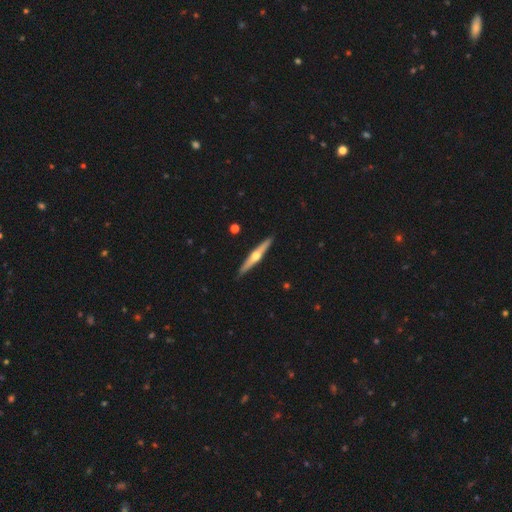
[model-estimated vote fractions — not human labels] Morphology: type=featured or disk (68%); edge-on=yes (97%); edge-on bulge=rounded (93%); merging=none (91%).